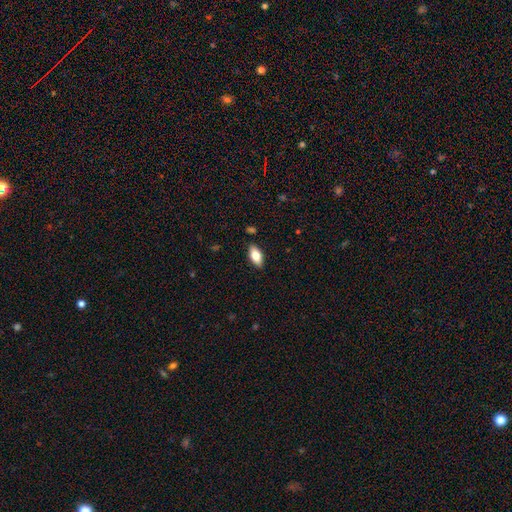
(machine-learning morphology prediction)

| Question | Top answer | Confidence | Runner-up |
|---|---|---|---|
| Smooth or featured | smooth | 77% | featured or disk (16%) |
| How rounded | in between | 88% | cigar-shaped (9%) |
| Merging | none | 87% | minor disturbance (9%) |